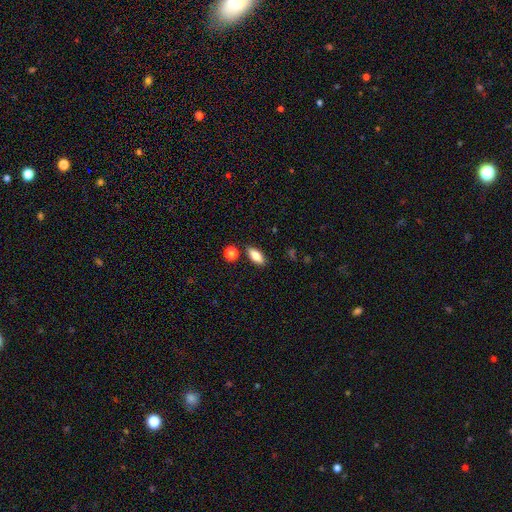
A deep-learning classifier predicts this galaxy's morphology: type=smooth (82%); roundness=in between (84%); merging=none (83%).